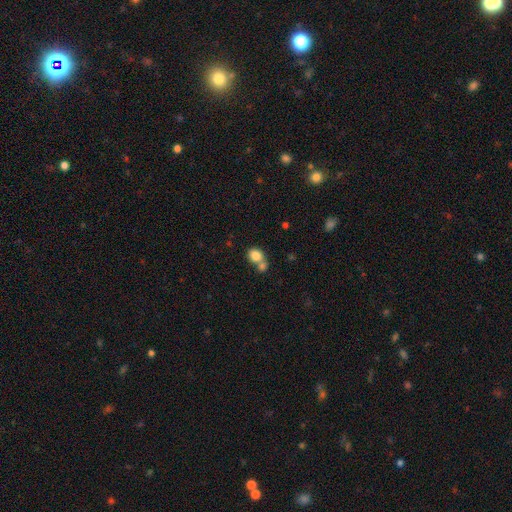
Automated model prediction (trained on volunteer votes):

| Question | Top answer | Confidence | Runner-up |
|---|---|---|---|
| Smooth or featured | smooth | 82% | star or artifact (9%) |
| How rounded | round | 66% | in between (33%) |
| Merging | merger | 49% | none (40%) |